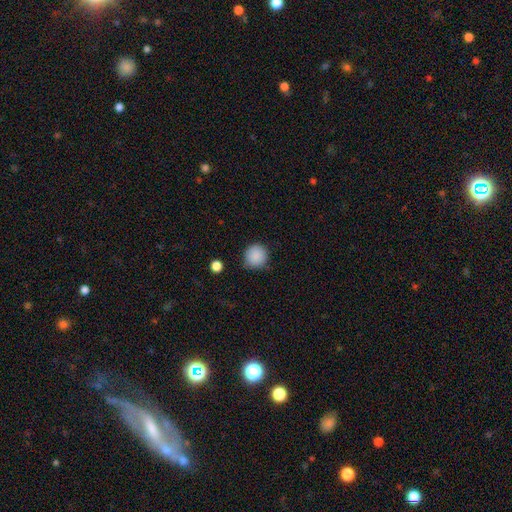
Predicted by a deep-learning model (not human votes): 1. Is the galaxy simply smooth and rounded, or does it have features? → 88% smooth, 8% star or artifact, 3% featured or disk.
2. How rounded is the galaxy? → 94% round, 5% in between, 1% cigar-shaped.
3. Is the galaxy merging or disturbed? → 84% none, 12% minor disturbance, 3% major disturbance, 2% merger.